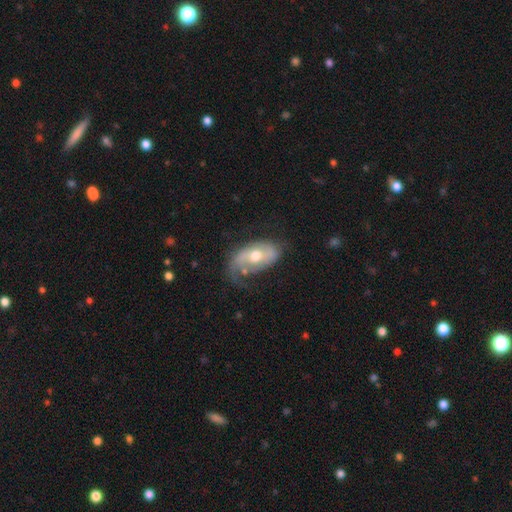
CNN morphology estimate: smooth_or_featured: featured or disk (p=0.65) [alt: smooth p=0.29]
disk_edge_on: no (p=0.93) [alt: yes p=0.07]
bar: no (p=0.58) [alt: weak p=0.31]
has_spiral_arms: yes (p=0.75) [alt: no p=0.25]
bulge_size: moderate (p=0.75) [alt: small p=0.14]
merging: none (p=0.42) [alt: minor disturbance p=0.28]